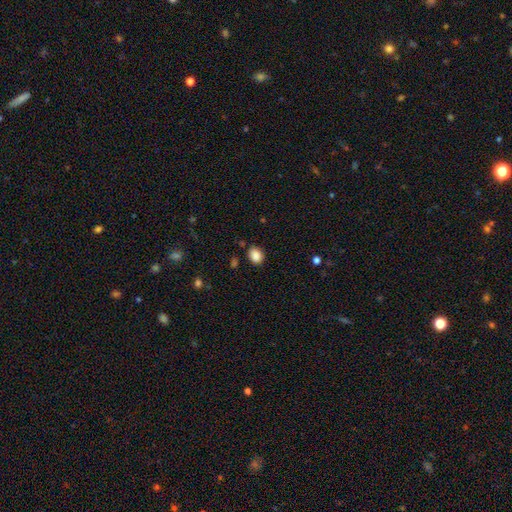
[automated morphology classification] Q: Smooth or featured?
A: smooth (87%); runner-up: star or artifact (10%)
Q: How rounded?
A: round (53%); runner-up: in between (46%)
Q: Merging?
A: none (82%); runner-up: minor disturbance (12%)